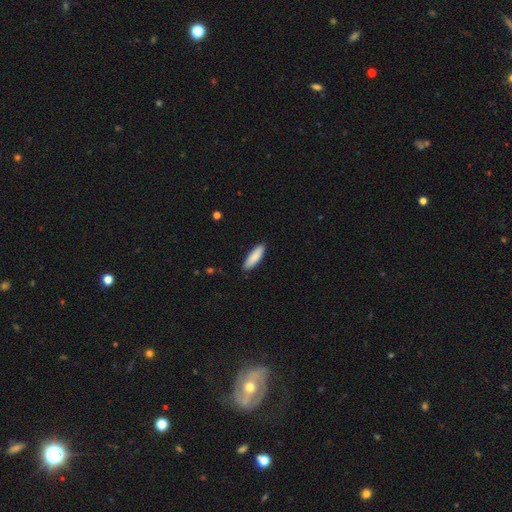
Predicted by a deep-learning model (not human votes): Smooth or featured? Predicted: smooth (p=0.88). How rounded? Predicted: cigar-shaped (p=0.58). Merging? Predicted: none (p=0.90).